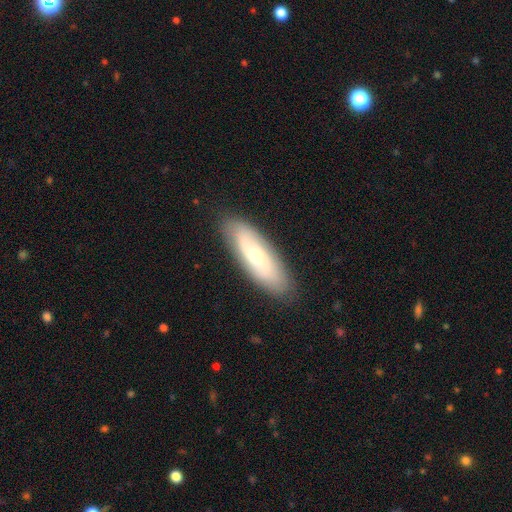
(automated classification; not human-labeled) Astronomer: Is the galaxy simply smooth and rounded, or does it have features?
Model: featured or disk — 49% (runner-up: smooth, 45%).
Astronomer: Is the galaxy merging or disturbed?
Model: none — 86%.